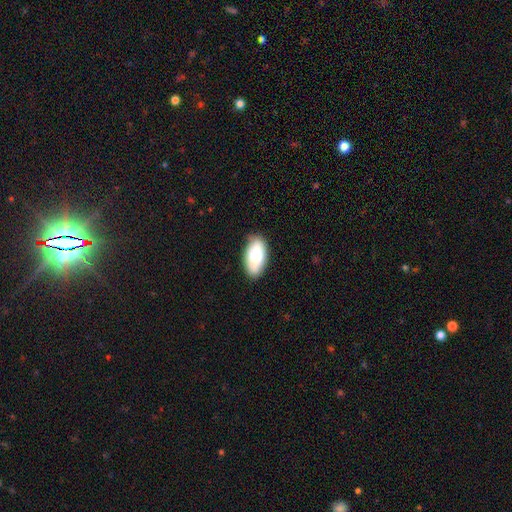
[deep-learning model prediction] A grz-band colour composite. It shows a smooth galaxy with no disk features (80%) that is in between round and cigar-shaped (94%). Merging: none (82%).